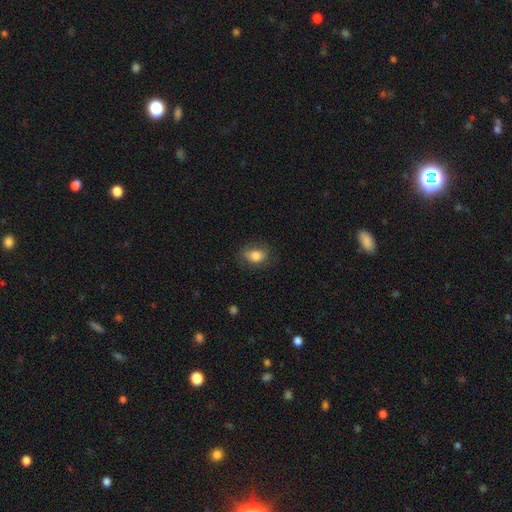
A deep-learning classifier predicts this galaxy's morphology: A smooth galaxy with no disk features (81%) that is in between round and cigar-shaped (69%).

Vote fractions:
- Smooth or featured? smooth: 81% / featured or disk: 10% / star or artifact: 9%
- How rounded? in between: 69% / round: 29% / cigar-shaped: 1%
- Merging? none: 73% / minor disturbance: 20% / major disturbance: 7% / merger: 1%